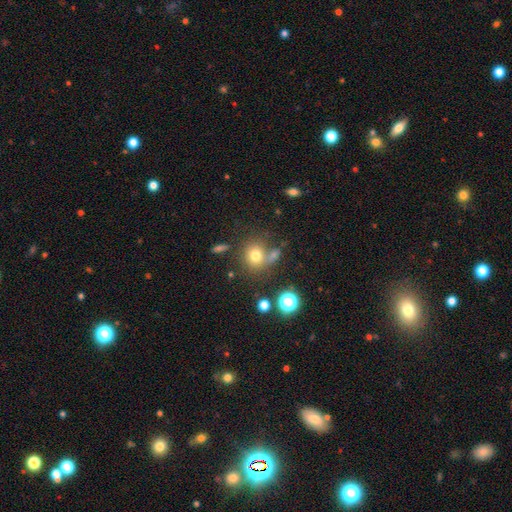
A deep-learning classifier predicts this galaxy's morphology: A smooth galaxy with no disk features (72%) that is round (82%). Merging: none (62%).